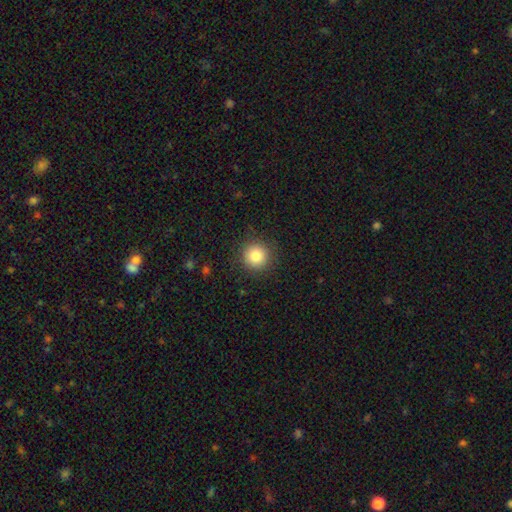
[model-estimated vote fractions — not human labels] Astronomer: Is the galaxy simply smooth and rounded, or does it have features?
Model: smooth — 83%.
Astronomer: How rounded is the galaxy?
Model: round — 95%.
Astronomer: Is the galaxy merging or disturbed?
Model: none — 90%.